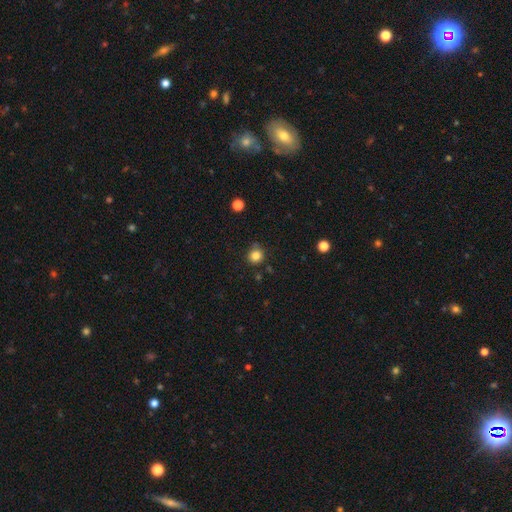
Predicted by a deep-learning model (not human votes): Smooth or featured: smooth — 83% (star or artifact — 12%)
How rounded: round — 91% (in between — 8%)
Merging: none — 80% (minor disturbance — 14%)